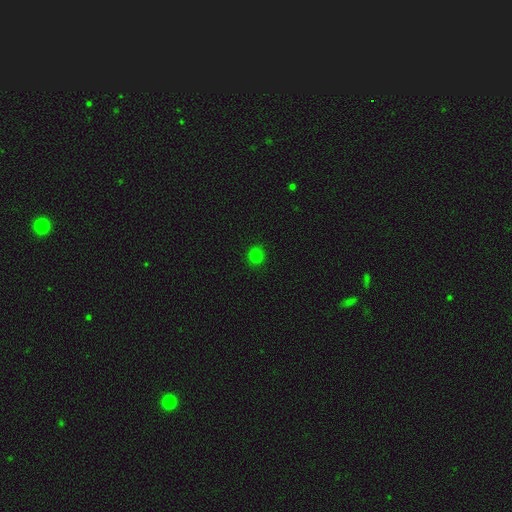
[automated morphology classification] The model was most divided on "smooth or featured": smooth: 79%, star or artifact: 16%, featured or disk: 4%. More confident: merging — none (91%); how rounded — round (88%).